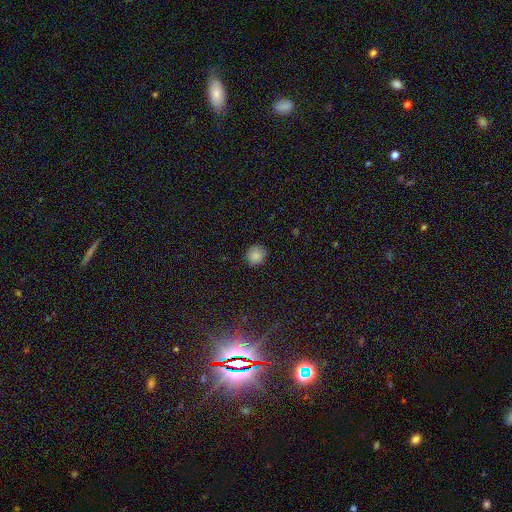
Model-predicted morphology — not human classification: Smooth or featured? Predicted: smooth (p=0.86). How rounded? Predicted: round (p=0.90). Merging? Predicted: none (p=0.90).